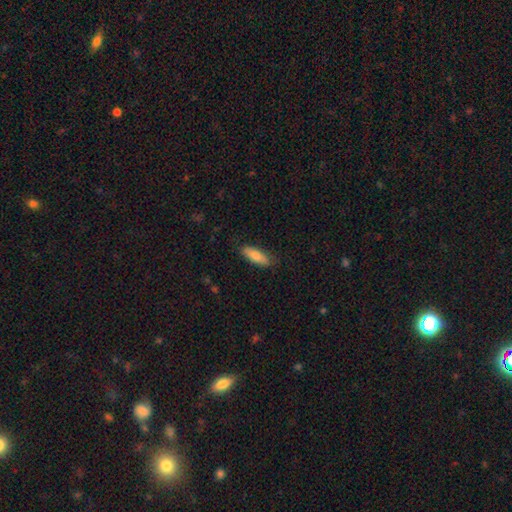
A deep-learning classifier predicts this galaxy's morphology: Smooth or featured? Predicted: smooth (p=0.82). How rounded? Predicted: in between (p=0.52). Merging? Predicted: none (p=0.82).